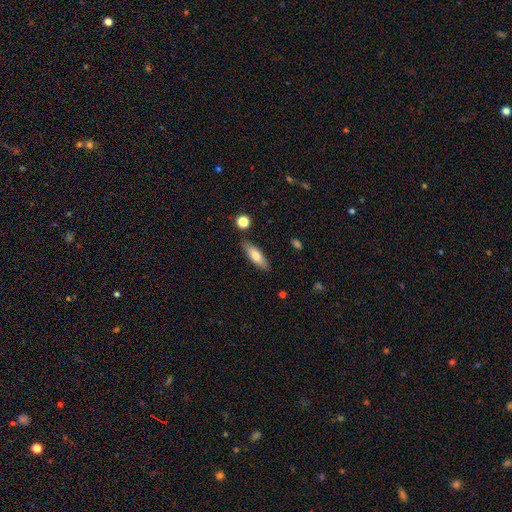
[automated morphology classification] Smooth or featured: smooth — 70% (featured or disk — 24%)
How rounded: cigar-shaped — 49% (tied with in between — 49%)
Merging: none — 85% (minor disturbance — 10%)